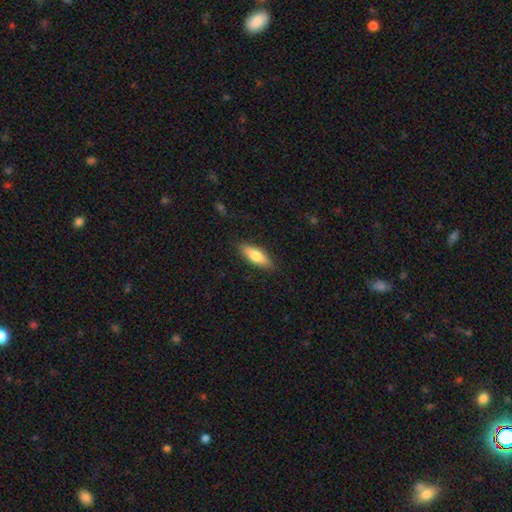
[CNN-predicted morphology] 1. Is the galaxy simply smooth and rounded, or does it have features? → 70% smooth, 24% featured or disk, 6% star or artifact.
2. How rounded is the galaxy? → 59% in between, 39% cigar-shaped, 2% round.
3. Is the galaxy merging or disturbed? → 86% none, 11% minor disturbance, 2% major disturbance, 1% merger.